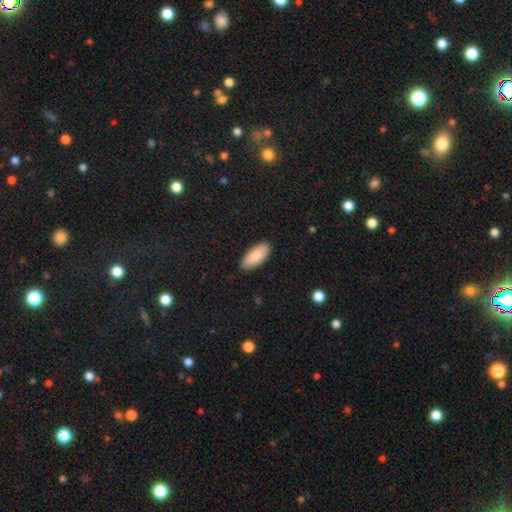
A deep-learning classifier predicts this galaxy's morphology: A smooth galaxy with no disk features (86%) that is in between round and cigar-shaped (87%). Merging: none (89%).